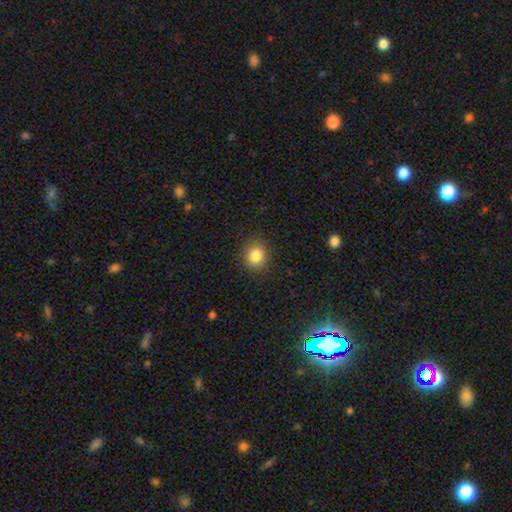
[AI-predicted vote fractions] A smooth galaxy with no disk features (85%) that is round (80%).

Vote fractions:
- Smooth or featured? smooth: 85% / star or artifact: 10% / featured or disk: 5%
- How rounded? round: 80% / in between: 19% / cigar-shaped: 1%
- Merging? none: 88% / minor disturbance: 8% / major disturbance: 3% / merger: 1%